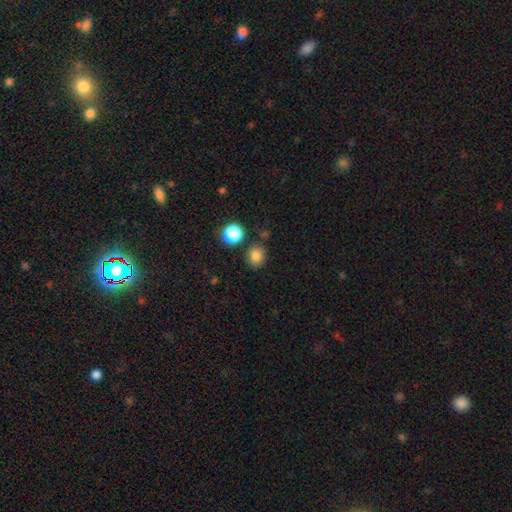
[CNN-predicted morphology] Smooth or featured? Predicted: smooth (p=0.83). How rounded? Predicted: round (p=0.72). Merging? Predicted: none (p=0.82).